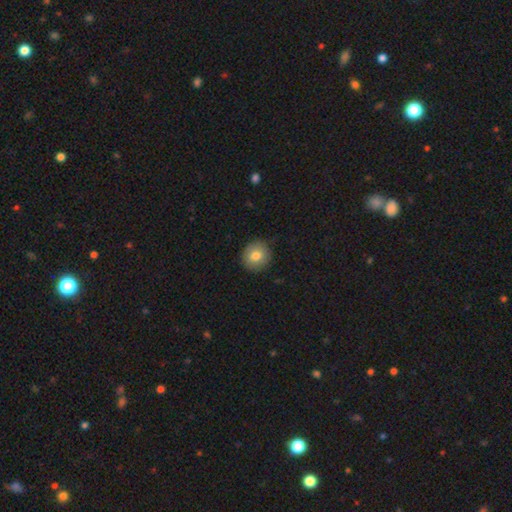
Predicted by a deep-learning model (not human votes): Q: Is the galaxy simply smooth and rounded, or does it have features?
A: smooth — 79%.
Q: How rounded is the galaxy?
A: round — 86%.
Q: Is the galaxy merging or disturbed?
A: none — 87%.